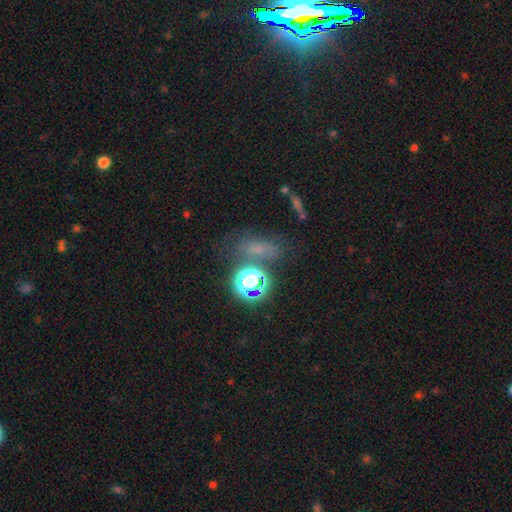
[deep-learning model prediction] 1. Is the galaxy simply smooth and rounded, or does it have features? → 65% star or artifact, 22% smooth, 14% featured or disk.